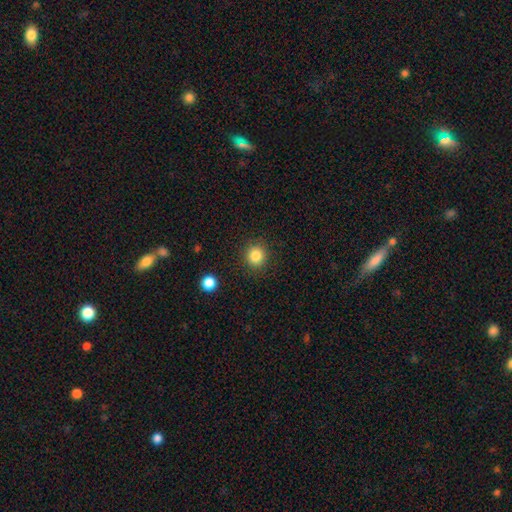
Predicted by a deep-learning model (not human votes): smooth-or-featured: smooth: 84% | star or artifact: 11% | featured or disk: 5%
  how-rounded: round: 91% | in between: 8% | cigar-shaped: 1%
  merging: none: 90% | minor disturbance: 6% | major disturbance: 2% | merger: 2%